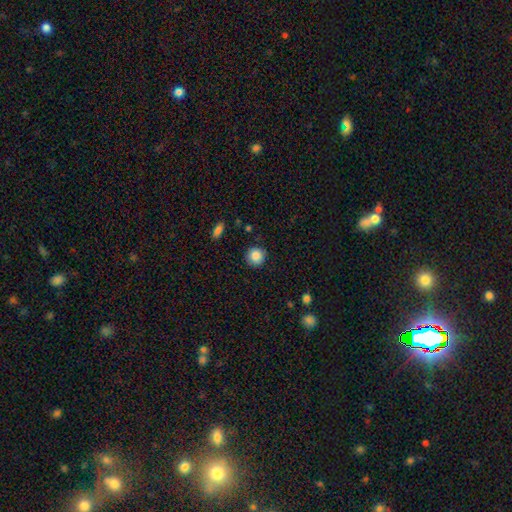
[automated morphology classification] This appears to be a smooth galaxy with no disk features (86%) that is round (93%). Merging: none (89%).